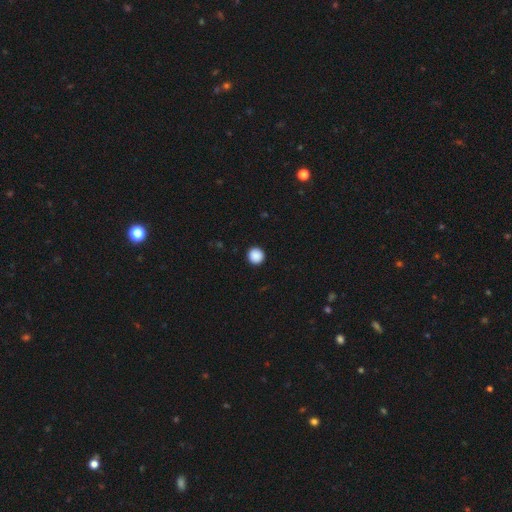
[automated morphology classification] This appears to be a smooth galaxy with no disk features (89%) that is round (95%). Merging: none (94%).